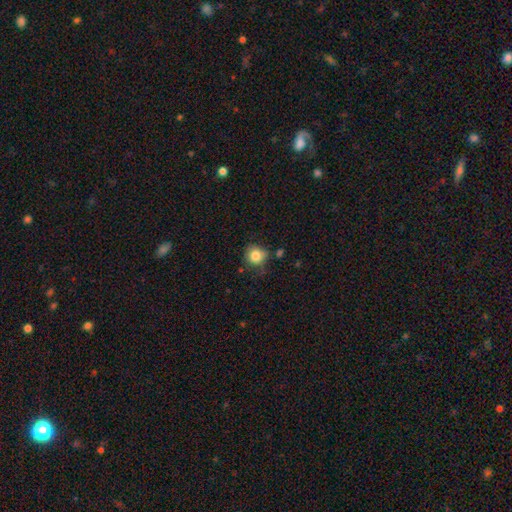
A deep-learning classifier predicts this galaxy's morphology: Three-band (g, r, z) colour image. It shows a smooth galaxy with no disk features (84%) that is round (88%). Merging: none (72%).